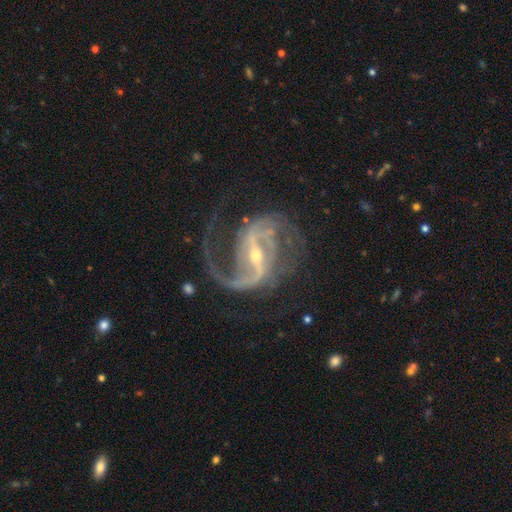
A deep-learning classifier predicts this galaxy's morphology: smooth_or_featured: featured or disk (p=0.92) [alt: star or artifact p=0.05]
disk_edge_on: no (p=0.97) [alt: yes p=0.03]
bar: strong (p=0.58) [alt: weak p=0.33]
has_spiral_arms: yes (p=0.98) [alt: no p=0.02]
spiral_winding: medium (p=0.48) [alt: loose p=0.39]
spiral_arm_count: 2 (p=0.75) [alt: 1 p=0.10]
bulge_size: small (p=0.65) [alt: moderate p=0.32]
merging: none (p=0.57) [alt: major disturbance p=0.23]